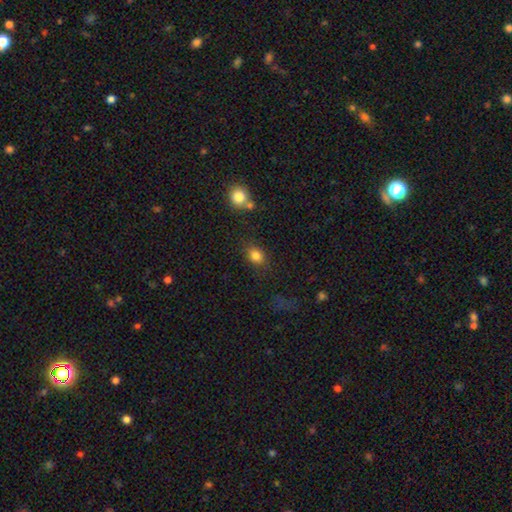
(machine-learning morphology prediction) This is clearly a smooth galaxy (83%). How rounded: possibly in between (53%). Merging: likely none (78%).